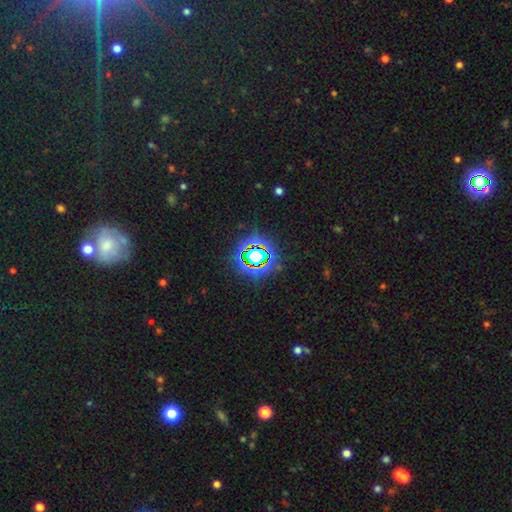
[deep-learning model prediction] The model was most divided on "smooth or featured": star or artifact: 69%, smooth: 19%, featured or disk: 12%.